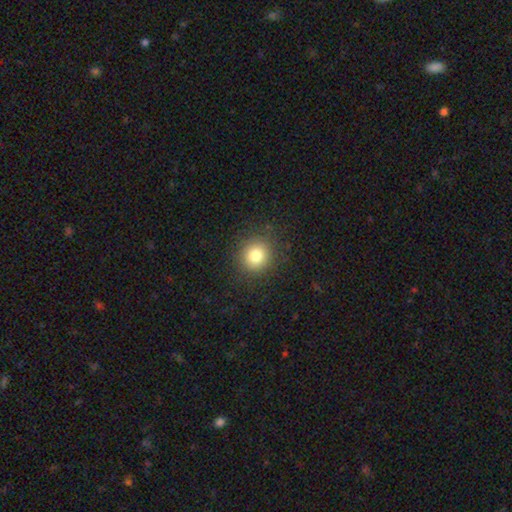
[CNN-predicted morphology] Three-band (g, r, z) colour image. It shows a smooth galaxy with no disk features (81%) that is round (89%). Merging: none (88%).